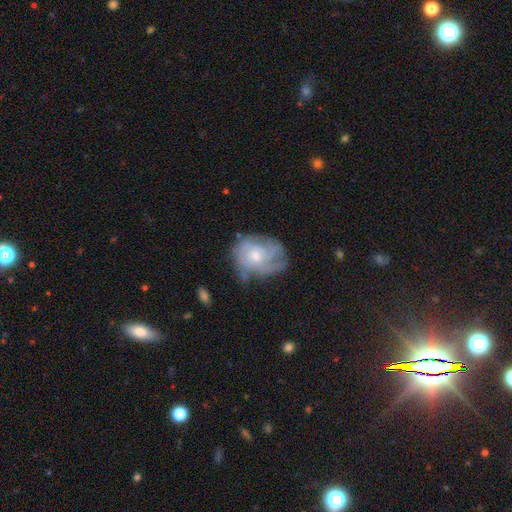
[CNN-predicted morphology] Smooth or featured: featured or disk — 75% (smooth — 18%)
Edge-on disk: no — 98% (yes — 2%)
Bar: no — 74% (weak — 23%)
Spiral arms: yes — 89% (no — 11%)
Spiral winding: tight — 53% (medium — 35%)
Spiral arm count: can't tell — 39% (3 — 23%)
Bulge size: small — 48% (moderate — 46%)
Merging: none — 56% (minor disturbance — 26%)